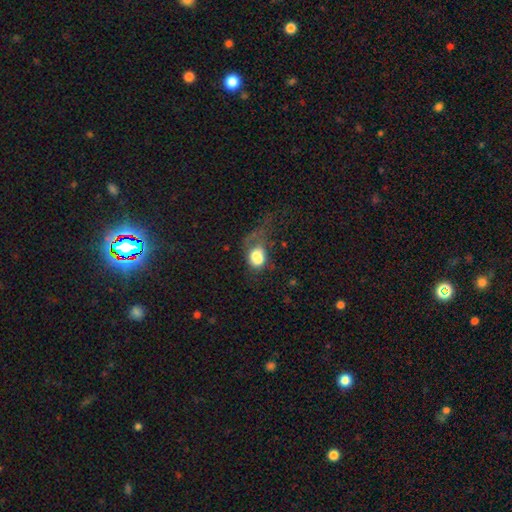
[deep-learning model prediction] This is likely a smooth galaxy (69%). How rounded: possibly in between (52%). Merging: marginally major disturbance (42%).